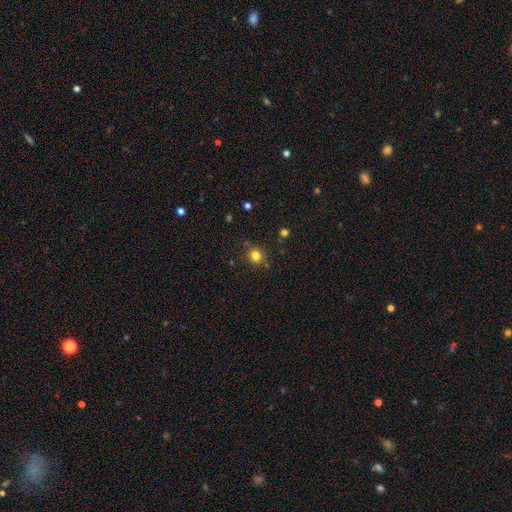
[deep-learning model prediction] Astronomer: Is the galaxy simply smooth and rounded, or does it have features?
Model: smooth — 80%.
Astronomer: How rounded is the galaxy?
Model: round — 88%.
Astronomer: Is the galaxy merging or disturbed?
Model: none — 85%.